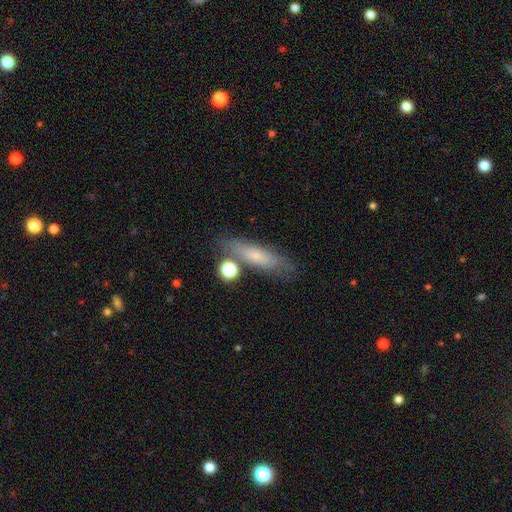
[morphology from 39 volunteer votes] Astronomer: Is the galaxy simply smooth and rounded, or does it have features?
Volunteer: smooth — 69%.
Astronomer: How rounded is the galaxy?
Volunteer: in between — 59%.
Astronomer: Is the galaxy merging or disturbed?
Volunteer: none — 76%.